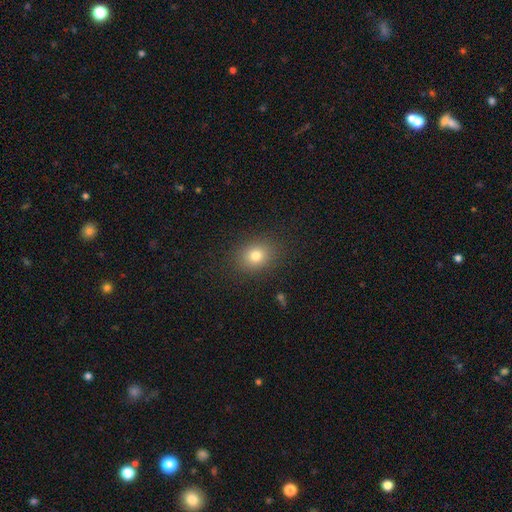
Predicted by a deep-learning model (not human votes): This appears to be a smooth galaxy with no disk features (78%) that is round (55%). Merging: none (87%).